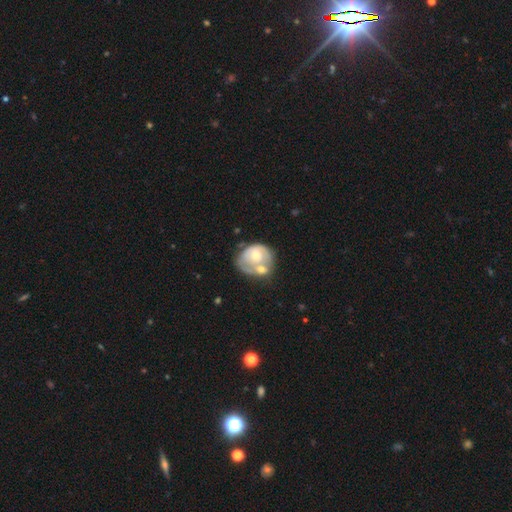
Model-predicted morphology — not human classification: A featured or disk galaxy (47%).

Vote fractions:
- Smooth or featured? featured or disk: 47% / smooth: 46% / star or artifact: 6%
- Merging? merger: 44% / none: 26% / minor disturbance: 18% / major disturbance: 12%